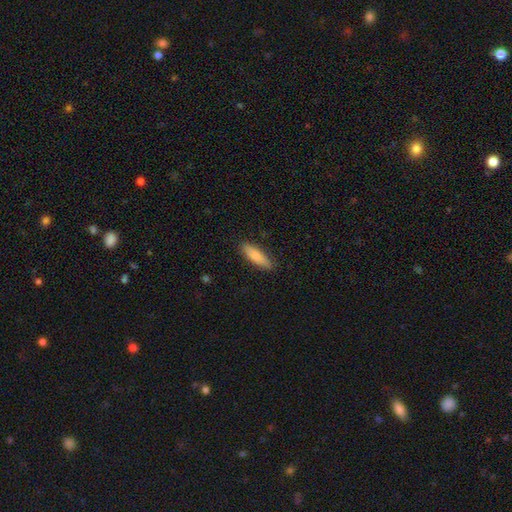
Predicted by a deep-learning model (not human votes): The model was most divided on "how rounded": cigar-shaped: 59%, in between: 39%, round: 2%. More confident: merging — none (87%); smooth or featured — smooth (85%).